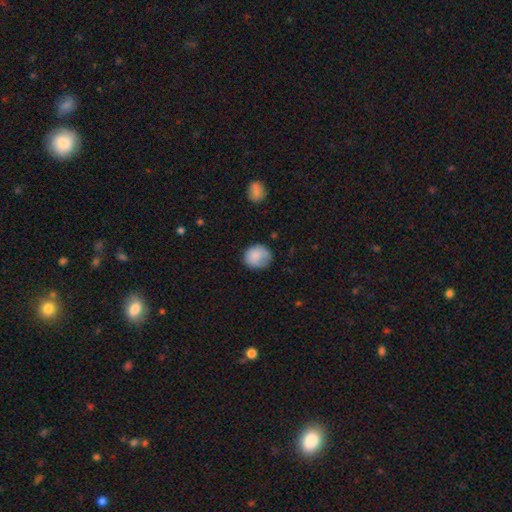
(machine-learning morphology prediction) Overall: smooth (84%). How rounded: round (79%). Merging: none (69%).